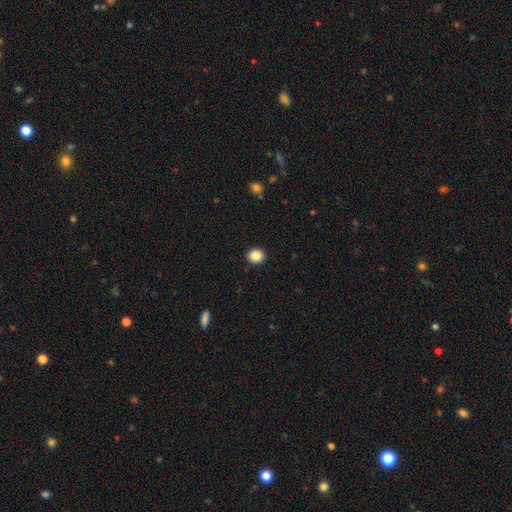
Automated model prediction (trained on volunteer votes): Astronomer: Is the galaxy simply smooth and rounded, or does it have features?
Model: smooth — 87%.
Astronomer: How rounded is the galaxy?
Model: round — 80%.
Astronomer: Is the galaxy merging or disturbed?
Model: none — 92%.